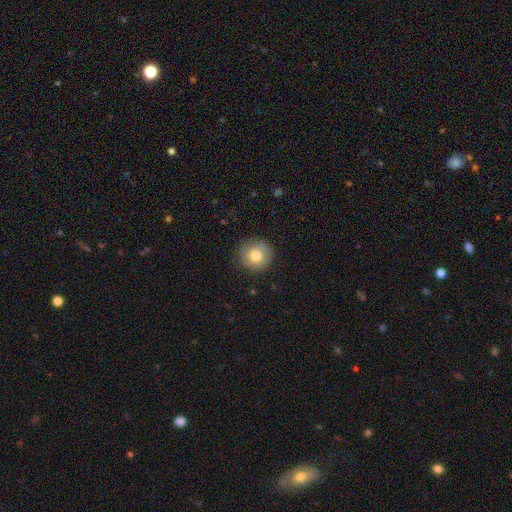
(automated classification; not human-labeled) smooth 77%, featured or disk 14%, star or artifact 9%. Down the decision tree: how rounded — round (94%); merging — none (86%).